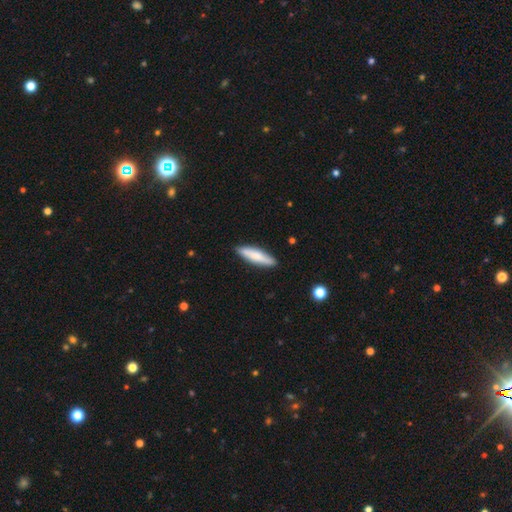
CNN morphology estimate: Q: Smooth or featured?
A: smooth (73%); runner-up: featured or disk (21%)
Q: How rounded?
A: cigar-shaped (77%); runner-up: in between (21%)
Q: Merging?
A: none (88%); runner-up: minor disturbance (9%)